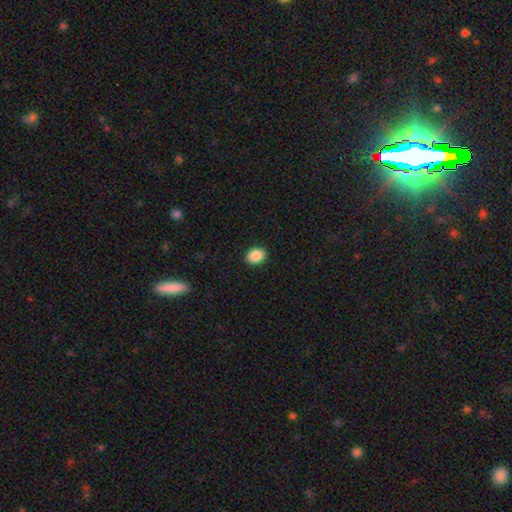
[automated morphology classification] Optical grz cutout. It shows a smooth galaxy with no disk features (89%) that is in between round and cigar-shaped (66%). Merging: none (91%).